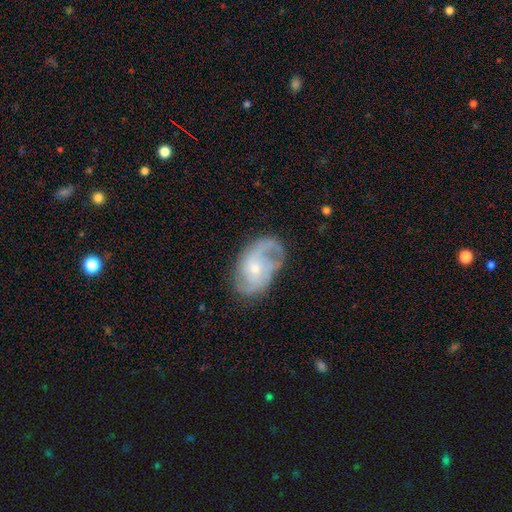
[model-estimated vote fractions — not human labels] Q: Smooth or featured?
A: featured or disk (80%); runner-up: smooth (14%)
Q: Edge-on disk?
A: no (96%); runner-up: yes (4%)
Q: Bar?
A: no (65%); runner-up: weak (30%)
Q: Spiral arms?
A: yes (93%); runner-up: no (7%)
Q: Spiral winding?
A: medium (46%); runner-up: tight (30%)
Q: Spiral arm count?
A: 2 (56%); runner-up: can't tell (17%)
Q: Bulge size?
A: small (62%); runner-up: moderate (34%)
Q: Merging?
A: none (63%); runner-up: minor disturbance (23%)